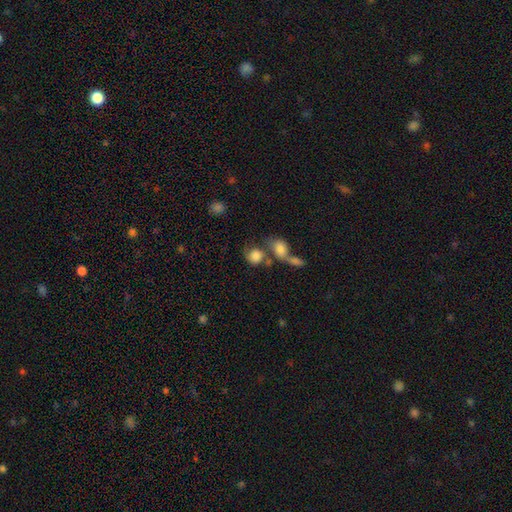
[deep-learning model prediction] This appears to be a smooth galaxy with no disk features (78%) that is round (73%). Merging: merger (44%).